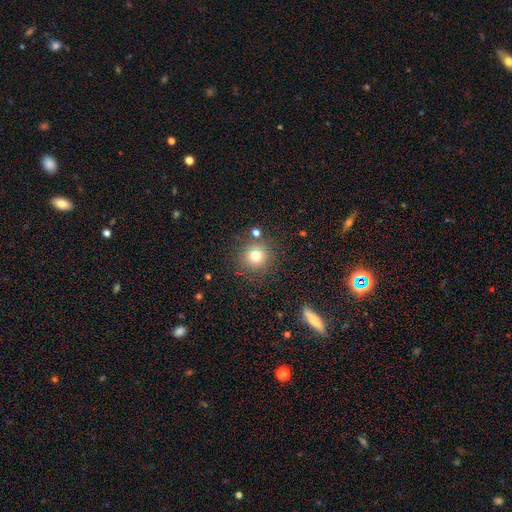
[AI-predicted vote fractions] A smooth galaxy with no disk features (74%) that is round (92%). Merging: none (82%).